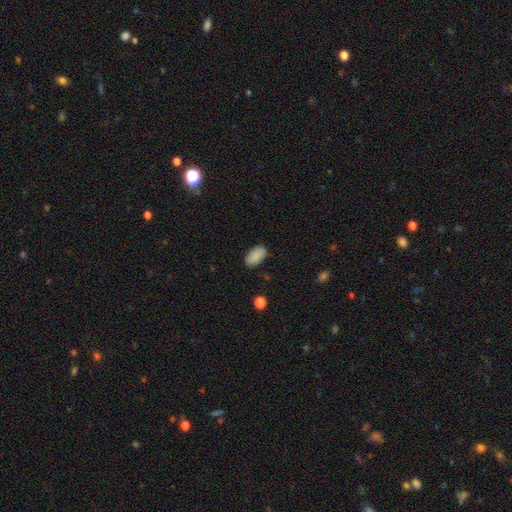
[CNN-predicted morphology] The model was most divided on "merging": none: 85%, minor disturbance: 12%, major disturbance: 3%, merger: 1%. More confident: how rounded — in between (94%); smooth or featured — smooth (87%).